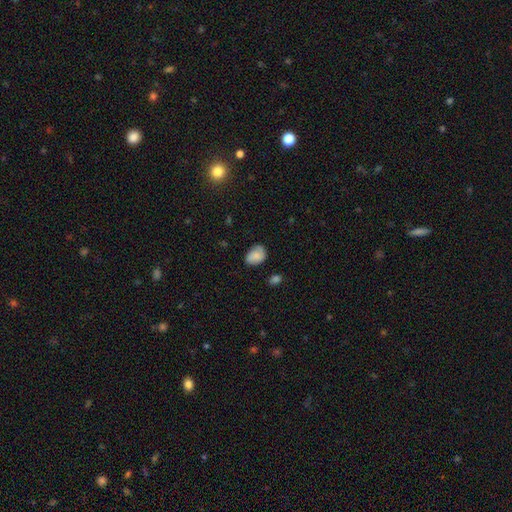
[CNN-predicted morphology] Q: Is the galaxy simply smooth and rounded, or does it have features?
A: smooth — 78%.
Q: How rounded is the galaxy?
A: in between — 75%.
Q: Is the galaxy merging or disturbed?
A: none — 68%.